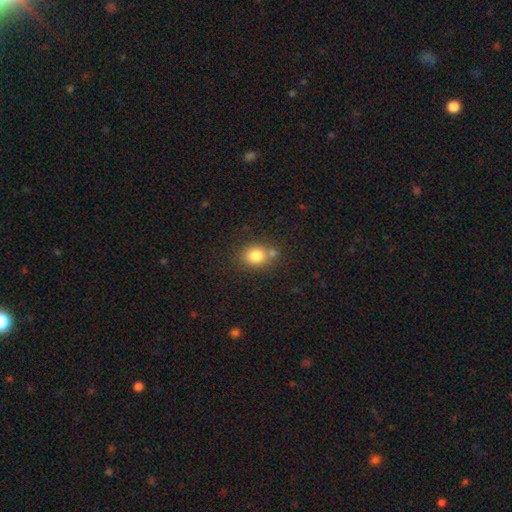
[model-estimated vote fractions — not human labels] A smooth galaxy with no disk features (81%) that is round (64%). Merging: none (62%).